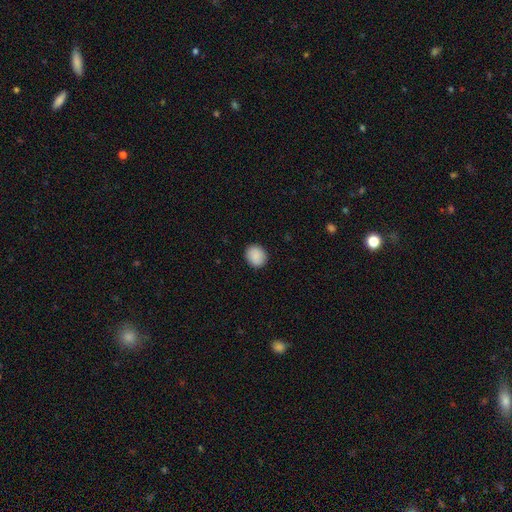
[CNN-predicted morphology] Overall: smooth (90%). How rounded: round (71%). Merging: none (90%).